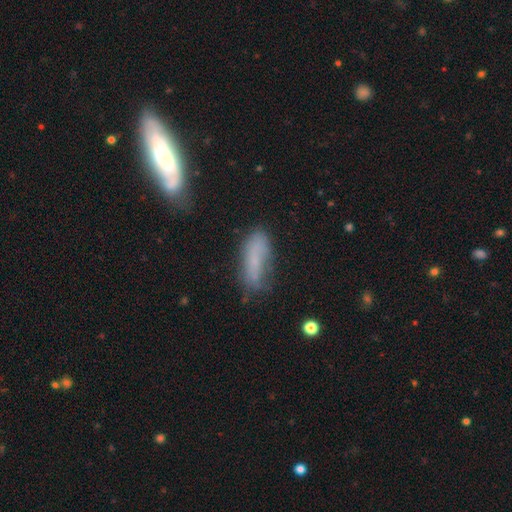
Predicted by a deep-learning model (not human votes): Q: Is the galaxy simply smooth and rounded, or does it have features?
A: smooth — 67%.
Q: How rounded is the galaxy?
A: in between — 63%.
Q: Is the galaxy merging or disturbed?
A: none — 48%.